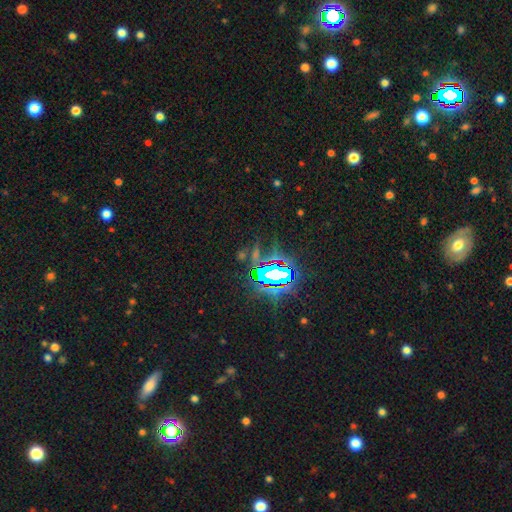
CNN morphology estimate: Smooth or featured?
  - star or artifact: 78% *
  - smooth: 12%
  - featured or disk: 10%